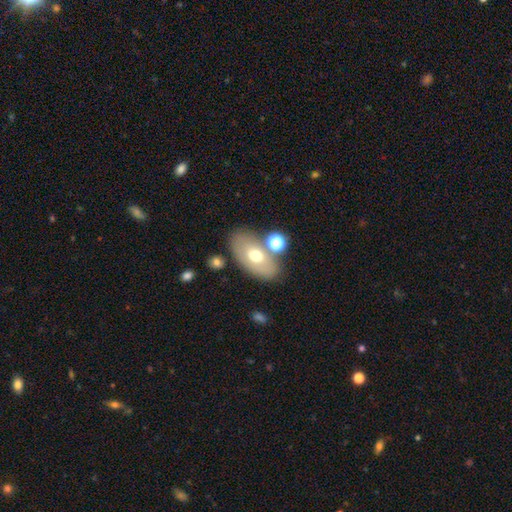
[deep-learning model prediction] This appears to be a smooth galaxy with no disk features (59%) that is in between round and cigar-shaped (91%). Merging: none (69%).